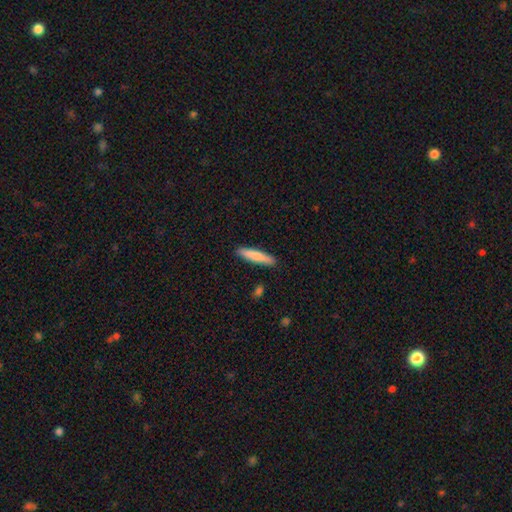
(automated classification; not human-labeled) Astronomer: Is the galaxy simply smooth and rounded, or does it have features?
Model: smooth — 79%.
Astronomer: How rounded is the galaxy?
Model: cigar-shaped — 88%.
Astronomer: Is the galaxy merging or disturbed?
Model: none — 90%.